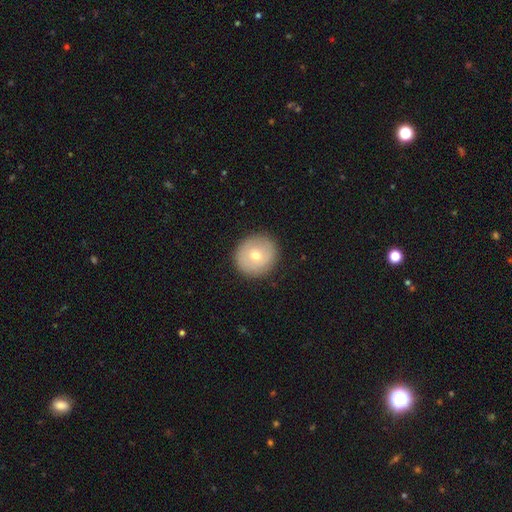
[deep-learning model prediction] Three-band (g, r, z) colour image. It shows a smooth galaxy with no disk features (64%) that is round (90%). Merging: none (90%).